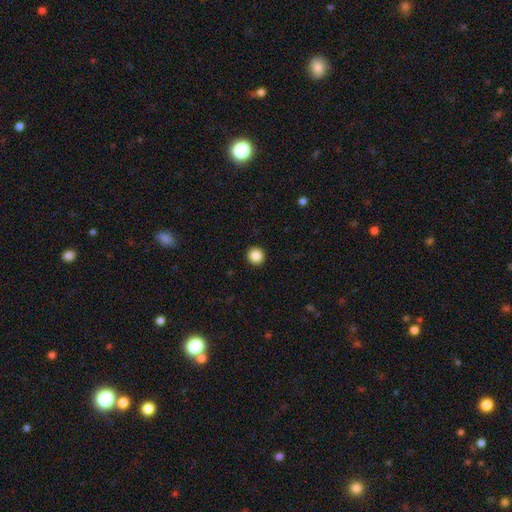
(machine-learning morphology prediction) Overall: smooth (87%). How rounded: round (95%). Merging: none (93%).